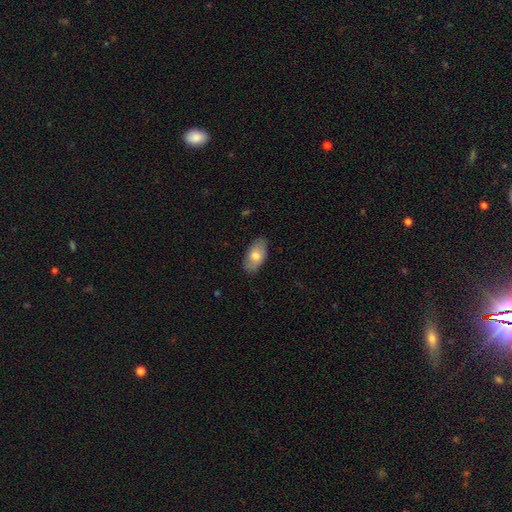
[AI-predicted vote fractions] Smooth or featured? Predicted: smooth (p=0.74). How rounded? Predicted: in between (p=0.94). Merging? Predicted: none (p=0.84).